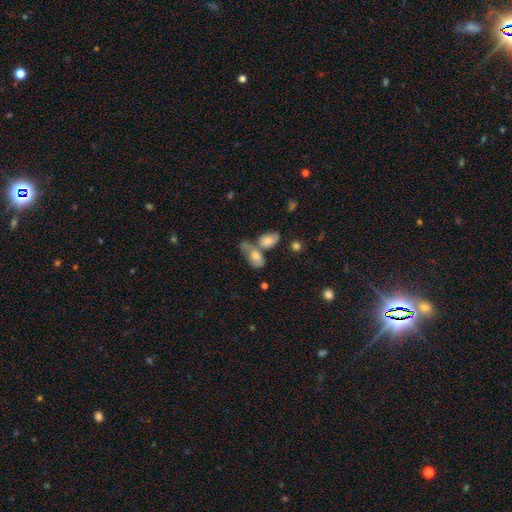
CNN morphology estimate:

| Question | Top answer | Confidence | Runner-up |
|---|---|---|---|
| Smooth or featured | smooth | 41% | featured or disk (30%) |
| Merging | merger | 44% | none (38%) |